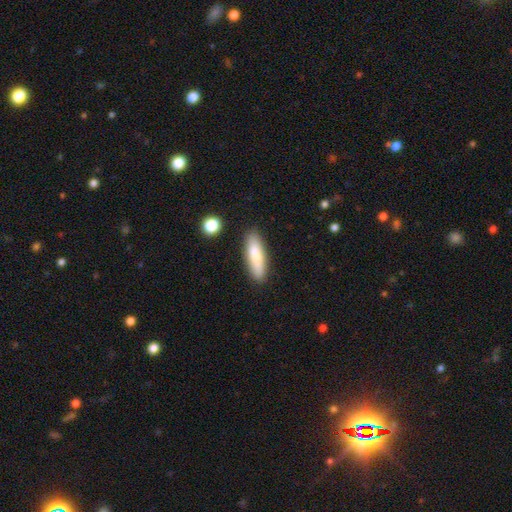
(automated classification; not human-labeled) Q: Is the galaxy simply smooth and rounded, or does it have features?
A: smooth — 76%.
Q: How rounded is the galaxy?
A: cigar-shaped — 62%.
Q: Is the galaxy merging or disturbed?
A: none — 83%.